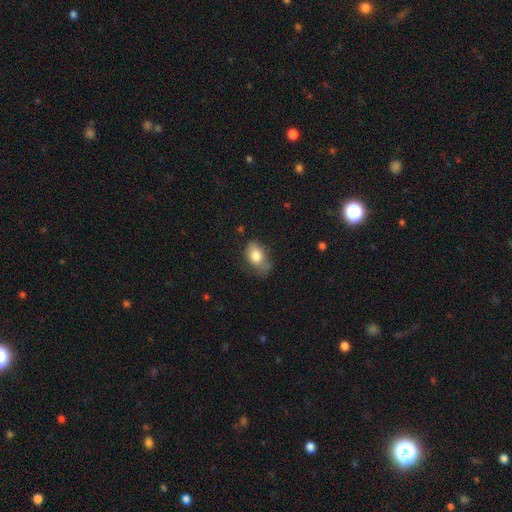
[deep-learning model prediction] Overall: smooth (78%). How rounded: in between (84%). Merging: none (50%; minor disturbance 34%).